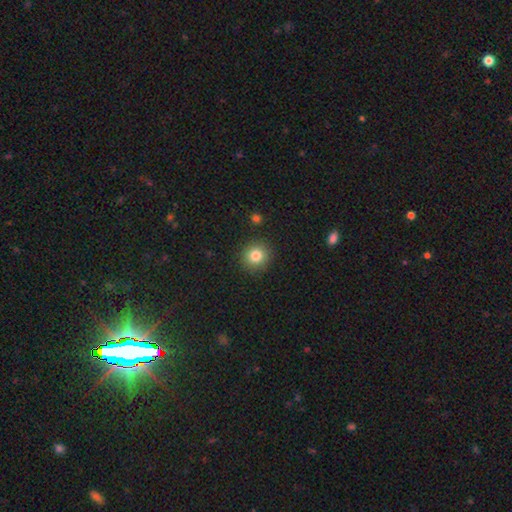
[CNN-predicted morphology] smooth_or_featured: smooth (p=0.82) [alt: star or artifact p=0.11]
how_rounded: round (p=0.92) [alt: in between p=0.08]
merging: none (p=0.90) [alt: minor disturbance p=0.07]